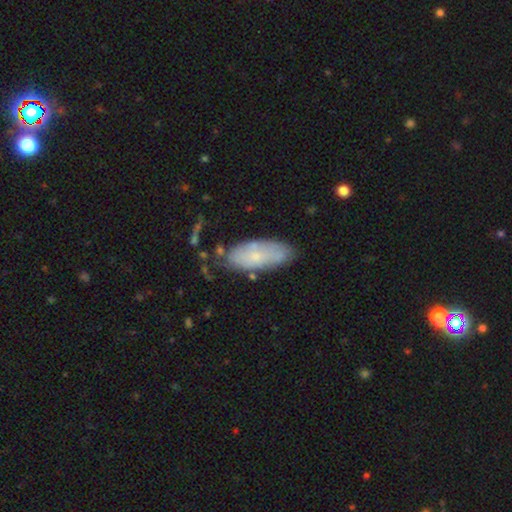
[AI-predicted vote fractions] Morphology: type=smooth (59%); roundness=in between (83%); merging=none (66%).